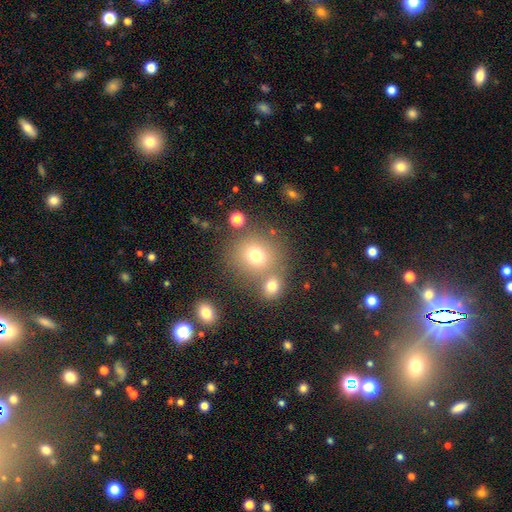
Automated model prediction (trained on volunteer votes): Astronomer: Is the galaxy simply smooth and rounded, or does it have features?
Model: smooth — 73%.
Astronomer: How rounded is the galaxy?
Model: round — 86%.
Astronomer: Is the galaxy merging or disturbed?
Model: none — 61%.